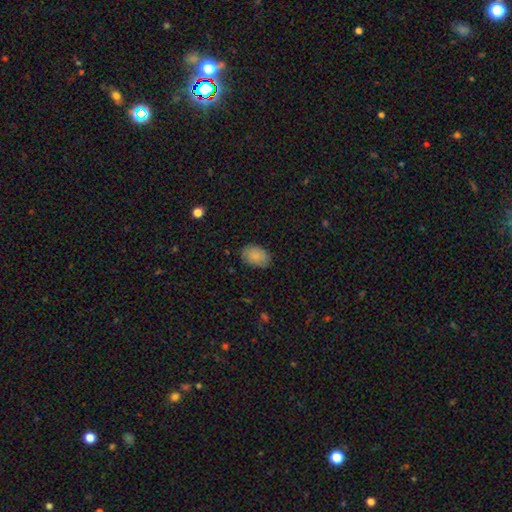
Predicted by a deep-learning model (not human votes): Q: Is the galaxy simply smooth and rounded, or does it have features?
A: smooth — 84%.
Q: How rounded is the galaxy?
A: in between — 83%.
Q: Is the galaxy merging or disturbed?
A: none — 81%.